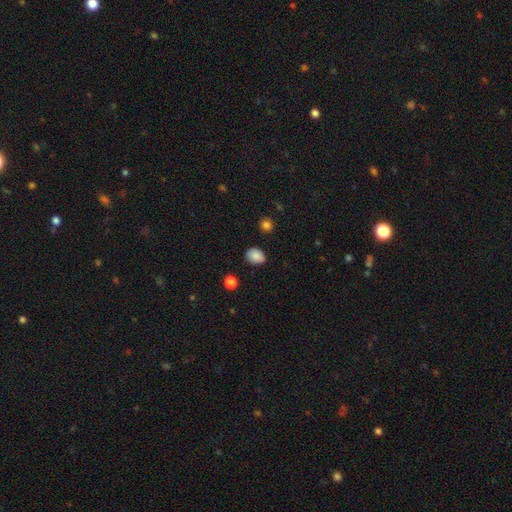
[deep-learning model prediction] This is clearly a smooth galaxy (85%). How rounded: possibly in between (55%). Merging: clearly none (81%).